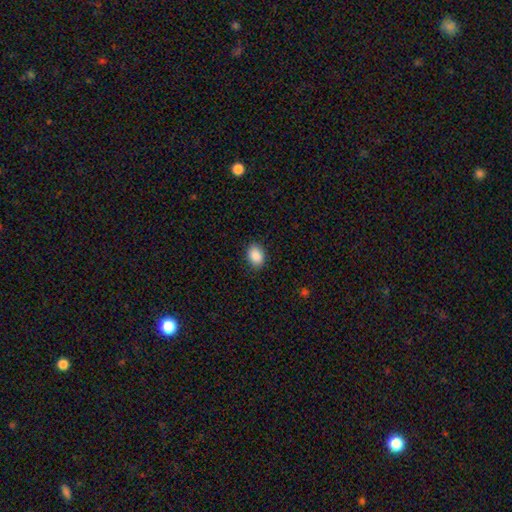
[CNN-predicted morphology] A smooth galaxy with no disk features (90%) that is in between round and cigar-shaped (77%).

Vote fractions:
- Smooth or featured? smooth: 90% / star or artifact: 7% / featured or disk: 3%
- How rounded? in between: 77% / round: 22% / cigar-shaped: 1%
- Merging? none: 88% / minor disturbance: 9% / major disturbance: 2% / merger: 1%